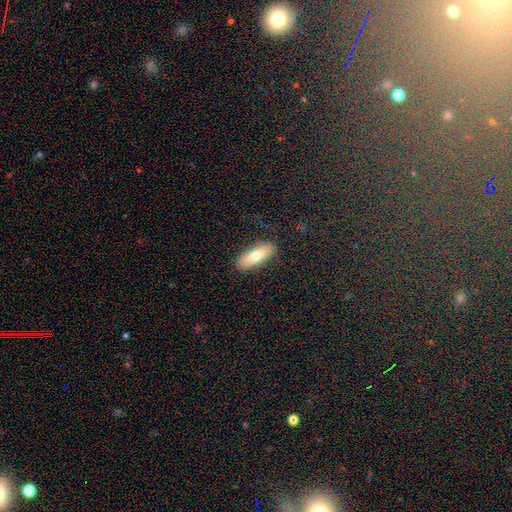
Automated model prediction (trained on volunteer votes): smooth 77%, featured or disk 17%, star or artifact 6%. Down the decision tree: how rounded — in between (67%); merging — none (85%).